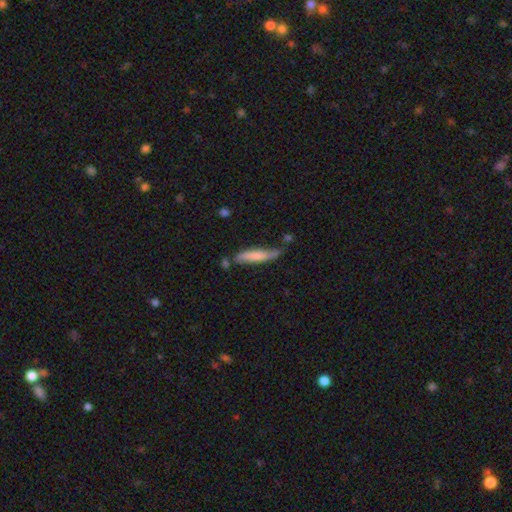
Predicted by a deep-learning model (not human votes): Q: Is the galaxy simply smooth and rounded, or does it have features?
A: smooth — 67%.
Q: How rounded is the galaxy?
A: cigar-shaped — 86%.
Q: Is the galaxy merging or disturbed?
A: none — 52%.